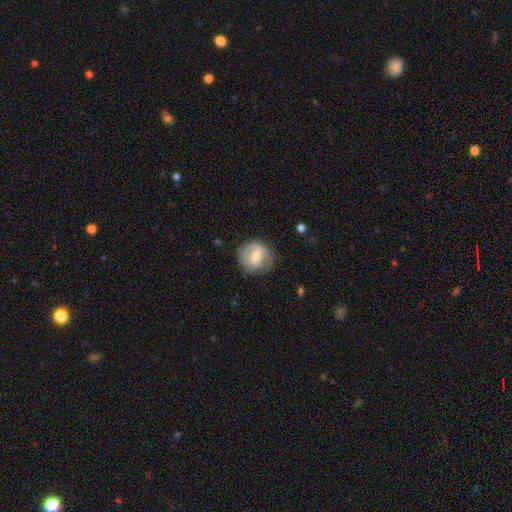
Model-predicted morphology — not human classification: smooth-or-featured: featured or disk: 53% | smooth: 41% | star or artifact: 6%
  disk-edge-on: no: 96% | yes: 4%
    bar: weak: 49% | strong: 26% | no: 25%
    has-spiral-arms: yes: 66% | no: 34%
    bulge-size: moderate: 60% | small: 33% | large: 4% | none: 2% | dominant: 1%
  merging: none: 78% | minor disturbance: 15% | major disturbance: 6% | merger: 1%